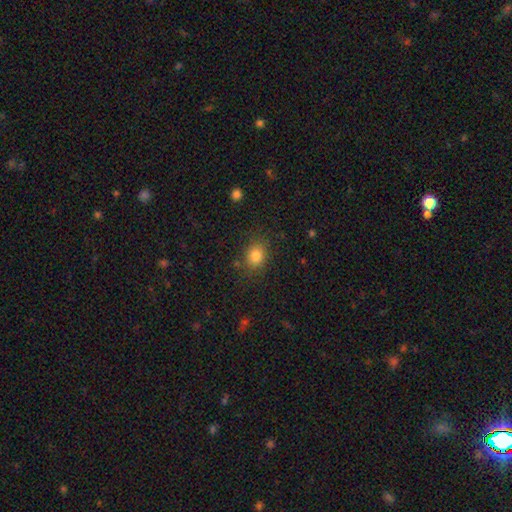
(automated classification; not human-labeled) This appears to be a smooth galaxy with no disk features (82%) that is round (55%). Merging: none (80%).